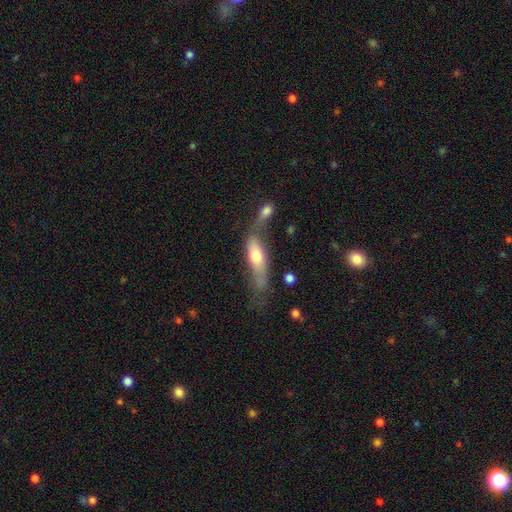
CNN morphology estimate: This is possibly a smooth galaxy (59%). How rounded: possibly in between (55%). Merging: marginally none (31%).